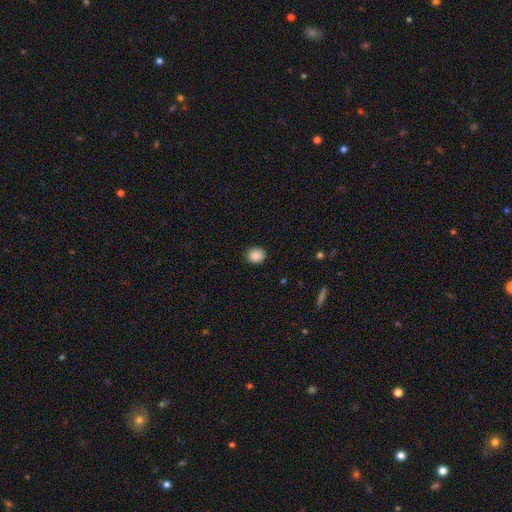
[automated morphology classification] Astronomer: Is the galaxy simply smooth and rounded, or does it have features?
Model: smooth — 88%.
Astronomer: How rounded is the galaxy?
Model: round — 82%.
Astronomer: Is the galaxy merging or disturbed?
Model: none — 89%.